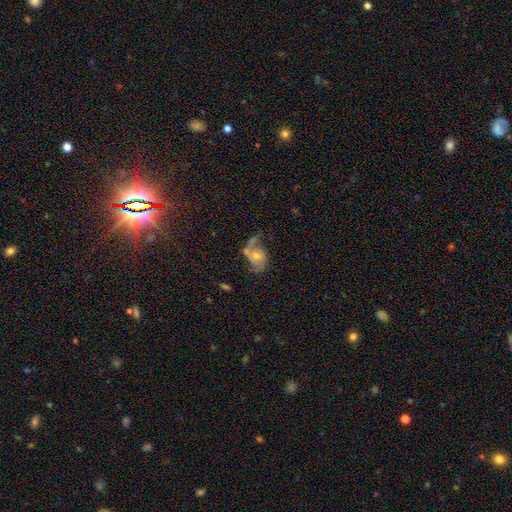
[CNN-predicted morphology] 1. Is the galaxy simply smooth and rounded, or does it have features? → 76% featured or disk, 14% smooth, 10% star or artifact.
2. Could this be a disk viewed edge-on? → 97% no, 3% yes.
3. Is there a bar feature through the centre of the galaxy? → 69% no, 26% weak, 6% strong.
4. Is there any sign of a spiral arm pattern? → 91% yes, 9% no.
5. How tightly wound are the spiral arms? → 43% medium, 39% loose, 18% tight.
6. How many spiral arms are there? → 67% 2, 21% 1, 7% can't tell, 2% 3, 1% 4, 1% more than 4.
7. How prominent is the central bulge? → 50% moderate, 43% small, 3% large, 3% none, 1% dominant.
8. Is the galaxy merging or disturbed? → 43% none, 25% major disturbance, 21% minor disturbance, 11% merger.